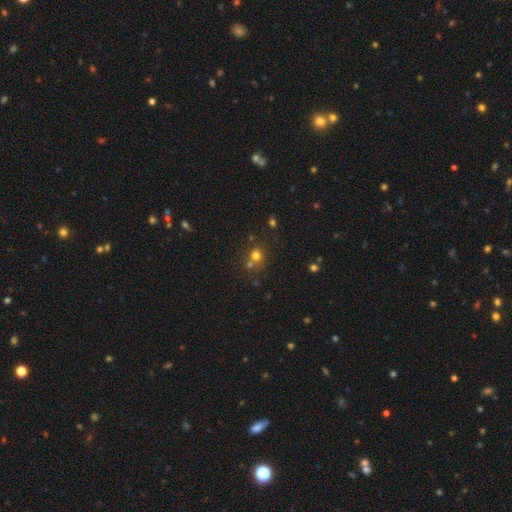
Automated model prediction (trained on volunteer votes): smooth_or_featured: smooth (p=0.70) [alt: star or artifact p=0.20]
how_rounded: round (p=0.87) [alt: in between p=0.12]
merging: none (p=0.57) [alt: merger p=0.32]